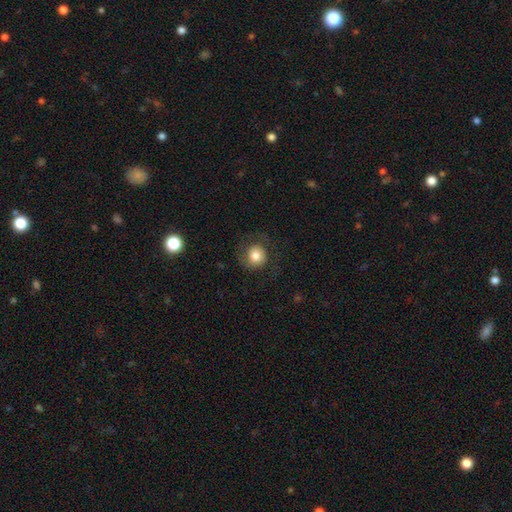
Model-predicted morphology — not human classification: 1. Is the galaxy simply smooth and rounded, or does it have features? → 72% smooth, 20% featured or disk, 9% star or artifact.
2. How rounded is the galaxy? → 87% round, 12% in between, 1% cigar-shaped.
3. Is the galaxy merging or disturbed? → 68% none, 16% minor disturbance, 15% major disturbance, 1% merger.